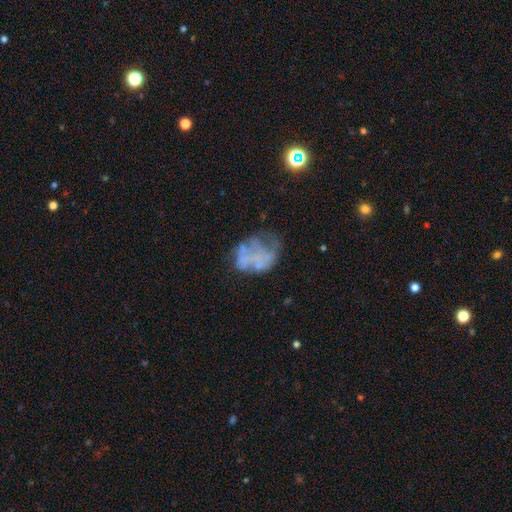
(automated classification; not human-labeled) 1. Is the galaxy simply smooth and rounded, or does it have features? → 54% featured or disk, 30% smooth, 16% star or artifact.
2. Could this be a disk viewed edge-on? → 98% no, 2% yes.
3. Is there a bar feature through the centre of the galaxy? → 92% no, 6% weak, 2% strong.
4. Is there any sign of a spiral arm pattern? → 87% no, 13% yes.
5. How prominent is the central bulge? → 83% none, 8% small, 5% moderate, 2% large, 1% dominant.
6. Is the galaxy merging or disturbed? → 35% none, 34% major disturbance, 24% minor disturbance, 7% merger.